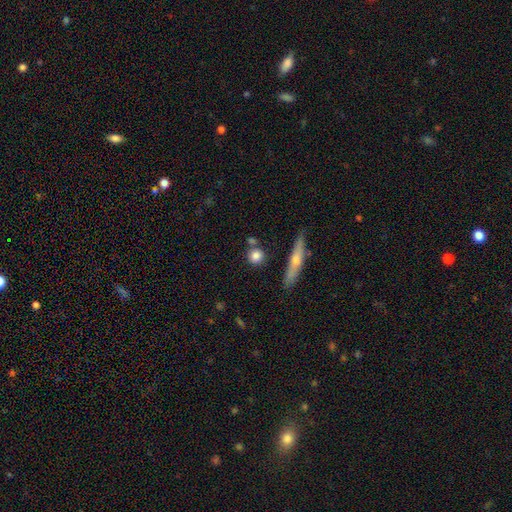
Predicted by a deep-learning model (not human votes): This appears to be a smooth galaxy with no disk features (79%) that is round (83%). Merging: none (72%).